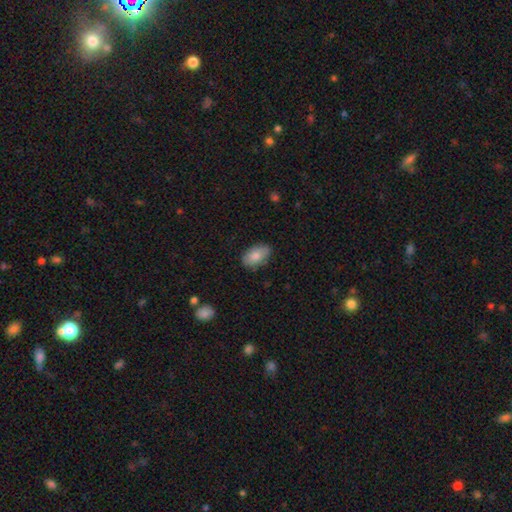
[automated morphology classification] Overall: smooth (84%). How rounded: in between (93%). Merging: none (82%).